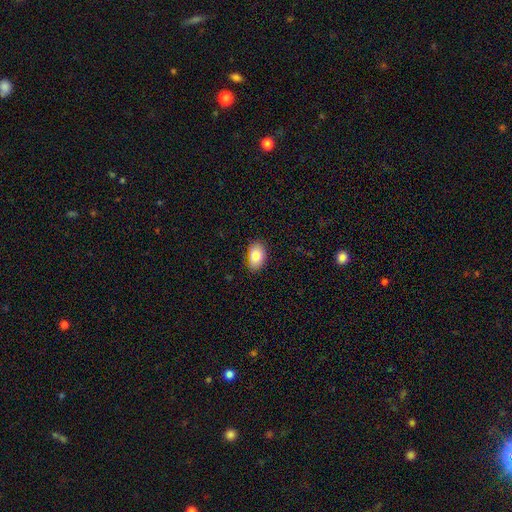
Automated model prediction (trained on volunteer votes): Overall: smooth (84%). How rounded: in between (89%). Merging: none (81%).